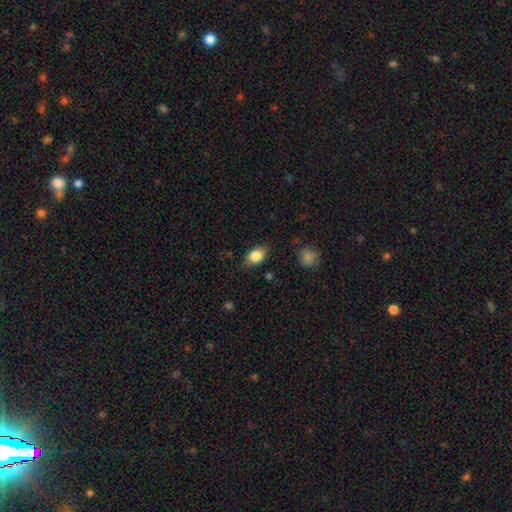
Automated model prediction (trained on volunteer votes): Smooth or featured: smooth — 83% (featured or disk — 9%)
How rounded: in between — 82% (round — 15%)
Merging: none — 77% (minor disturbance — 18%)